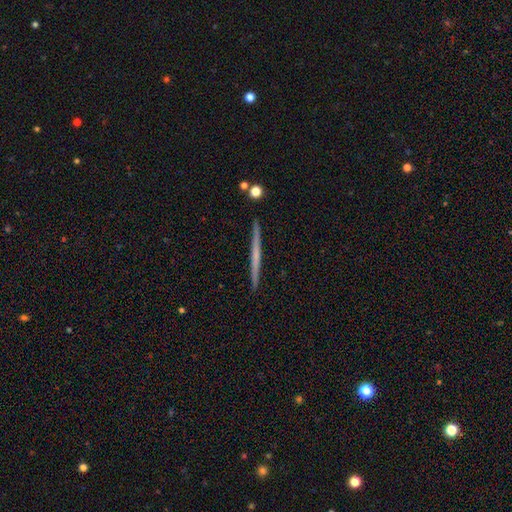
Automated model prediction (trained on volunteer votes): featured or disk 56%, smooth 39%, star or artifact 6%. Down the decision tree: edge-on disk — yes (98%); edge-on bulge — none (84%); merging — none (92%).